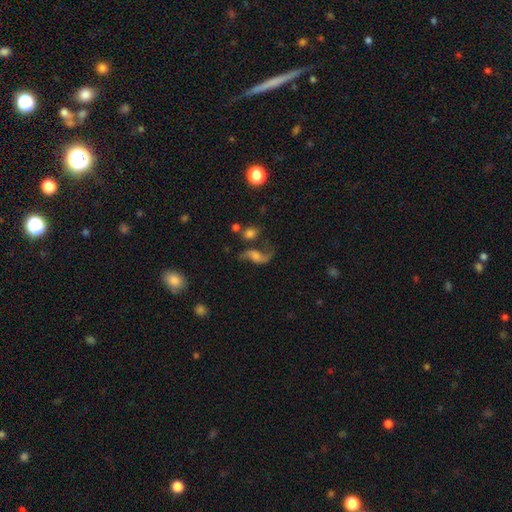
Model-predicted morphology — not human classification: This is likely a featured or disk galaxy (71%). It is clearly not viewed edge-on (94%). Bar: possibly no (51%). Spiral arm pattern: clearly yes (91%). Spiral arm count: clearly 2 (87%). Spiral winding: clearly loose (88%). Central bulge: marginally moderate (31%, tied with small). Merging: possibly none (53%).